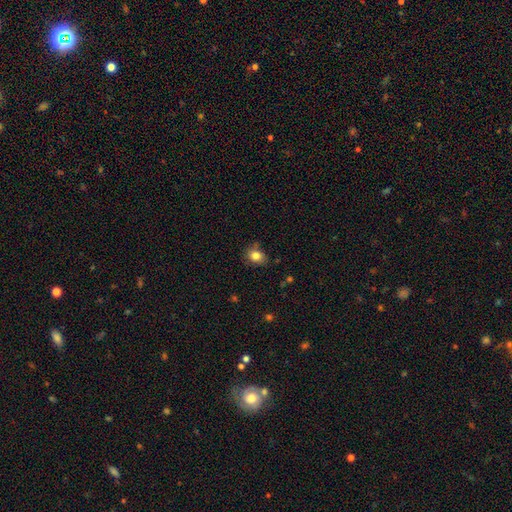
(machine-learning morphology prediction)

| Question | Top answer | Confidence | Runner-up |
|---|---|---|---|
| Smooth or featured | smooth | 82% | star or artifact (10%) |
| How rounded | round | 50% | in between (49%) |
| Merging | none | 75% | minor disturbance (18%) |